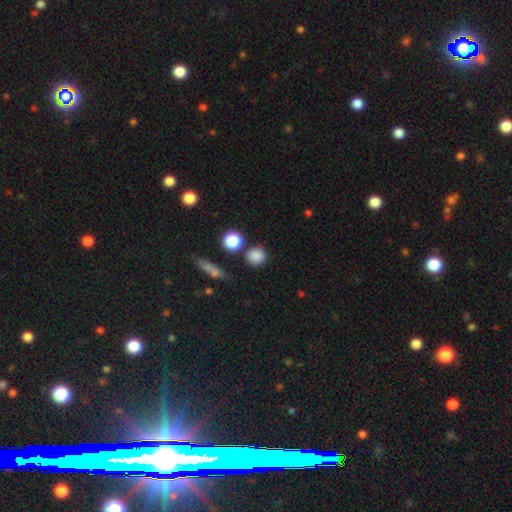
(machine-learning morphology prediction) Smooth or featured?
  - smooth: 84% *
  - star or artifact: 11%
  - featured or disk: 5%
How rounded?
  - round: 89% *
  - in between: 10%
  - cigar-shaped: 2%
Merging?
  - none: 80% *
  - minor disturbance: 10%
  - merger: 7%
  - major disturbance: 3%